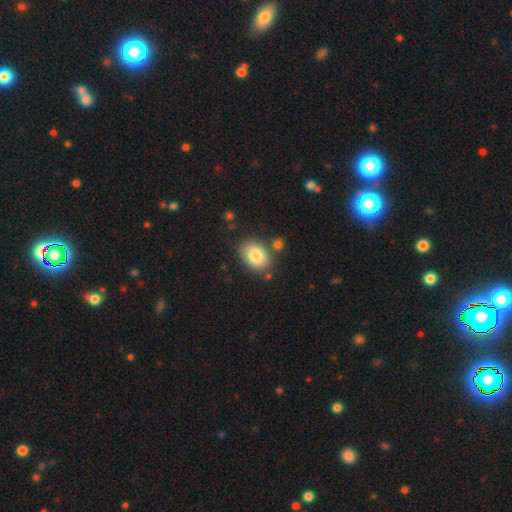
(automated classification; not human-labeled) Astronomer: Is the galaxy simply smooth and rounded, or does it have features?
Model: smooth — 82%.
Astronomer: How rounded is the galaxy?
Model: in between — 74%.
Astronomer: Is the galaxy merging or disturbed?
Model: none — 76%.